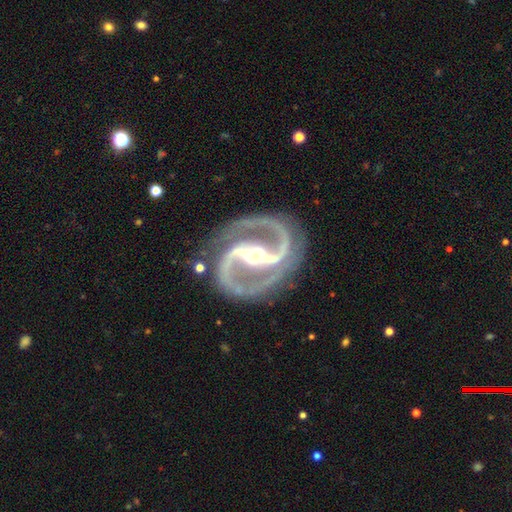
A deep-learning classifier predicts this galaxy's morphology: Smooth or featured? Predicted: featured or disk (p=0.94). Edge-on disk? Predicted: no (p=0.98). Bar? Predicted: strong (p=0.67). Spiral arms? Predicted: yes (p=0.99). Spiral winding? Predicted: medium (p=0.69). Spiral arm count? Predicted: 2 (p=0.94). Bulge size? Predicted: moderate (p=0.56). Merging? Predicted: none (p=0.83).